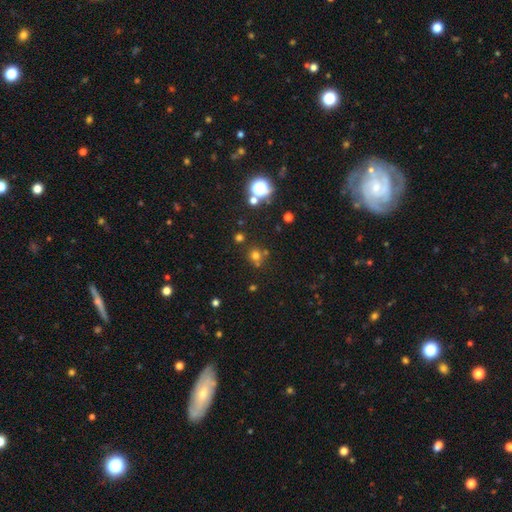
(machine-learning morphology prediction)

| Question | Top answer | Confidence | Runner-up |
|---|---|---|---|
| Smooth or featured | smooth | 64% | star or artifact (28%) |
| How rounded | round | 89% | in between (10%) |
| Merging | none | 71% | merger (16%) |